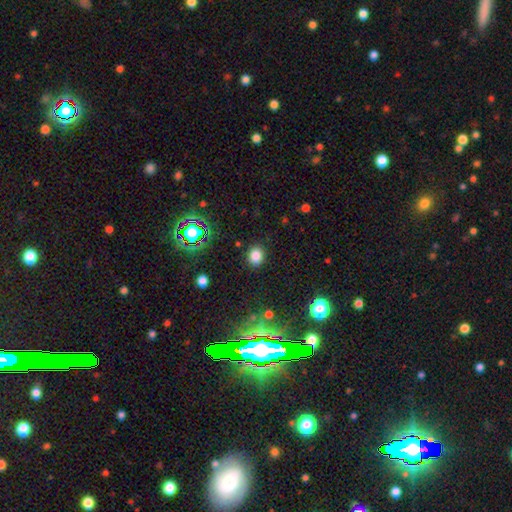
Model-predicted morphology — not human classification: Overall: smooth (81%). How rounded: round (62%; in between 37%). Merging: none (88%).